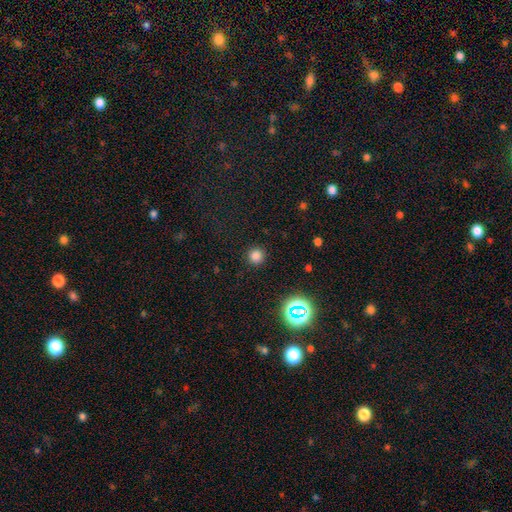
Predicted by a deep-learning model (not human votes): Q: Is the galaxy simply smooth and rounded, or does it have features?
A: smooth — 78%.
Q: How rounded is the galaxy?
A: round — 94%.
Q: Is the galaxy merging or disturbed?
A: none — 90%.